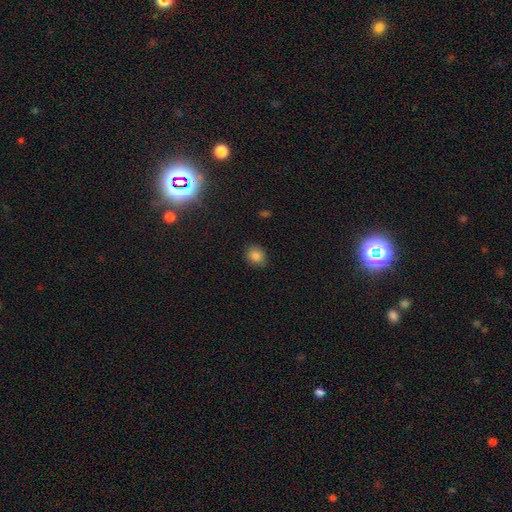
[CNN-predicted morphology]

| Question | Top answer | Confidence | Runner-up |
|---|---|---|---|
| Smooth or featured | smooth | 84% | star or artifact (11%) |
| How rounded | round | 64% | in between (35%) |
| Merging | none | 83% | minor disturbance (13%) |